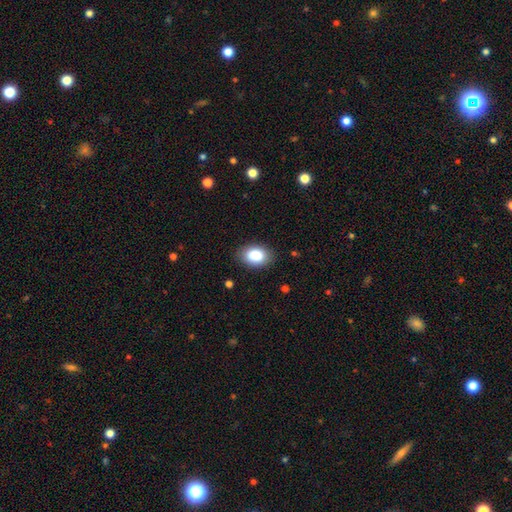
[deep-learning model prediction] The model was most divided on "how rounded": in between: 84%, round: 15%, cigar-shaped: 1%. More confident: smooth or featured — smooth (86%); merging — none (86%).